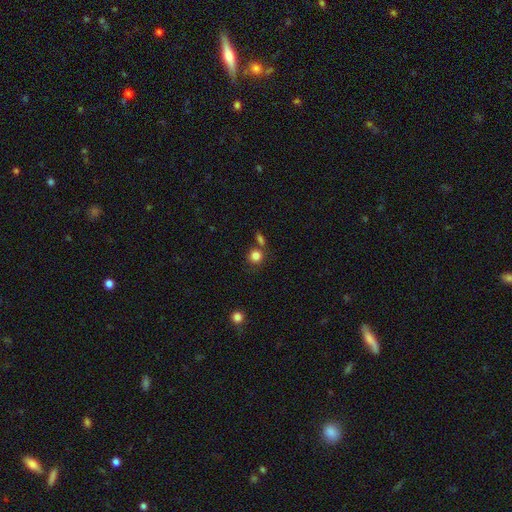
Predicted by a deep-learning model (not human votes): This is clearly a smooth galaxy (82%). How rounded: clearly round (85%). Merging: likely none (66%).